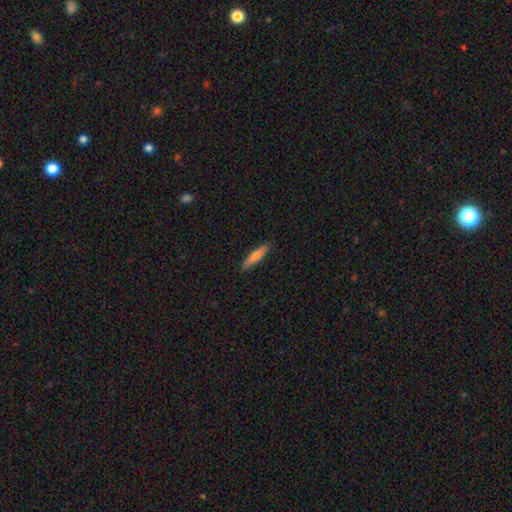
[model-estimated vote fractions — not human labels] Overall: smooth (70%). How rounded: cigar-shaped (87%). Merging: none (90%).